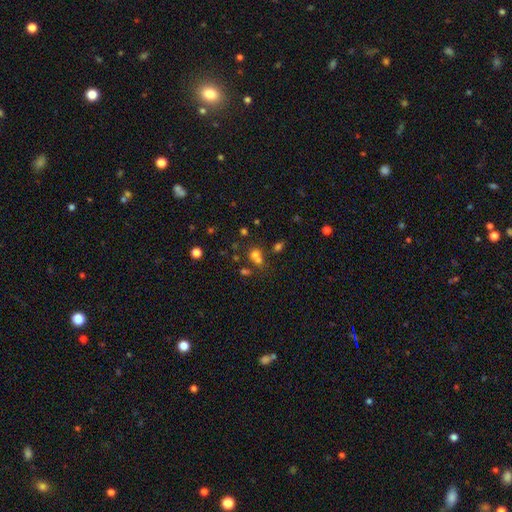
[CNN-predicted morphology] Q: Smooth or featured?
A: smooth (64%); runner-up: star or artifact (23%)
Q: How rounded?
A: round (68%); runner-up: in between (30%)
Q: Merging?
A: merger (45%); runner-up: none (41%)